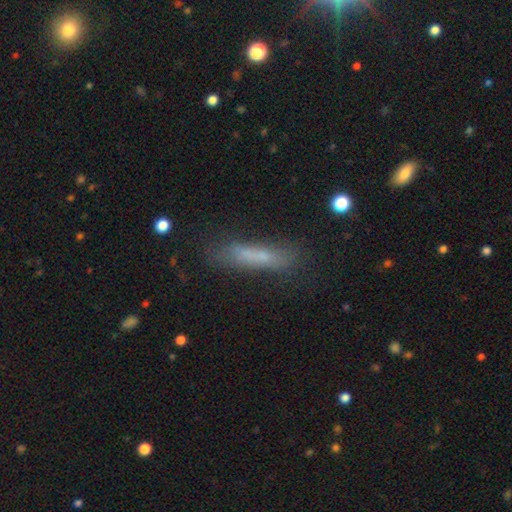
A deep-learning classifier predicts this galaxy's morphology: Q: Smooth or featured?
A: smooth (64%); runner-up: featured or disk (25%)
Q: How rounded?
A: cigar-shaped (84%); runner-up: in between (14%)
Q: Merging?
A: none (72%); runner-up: minor disturbance (18%)